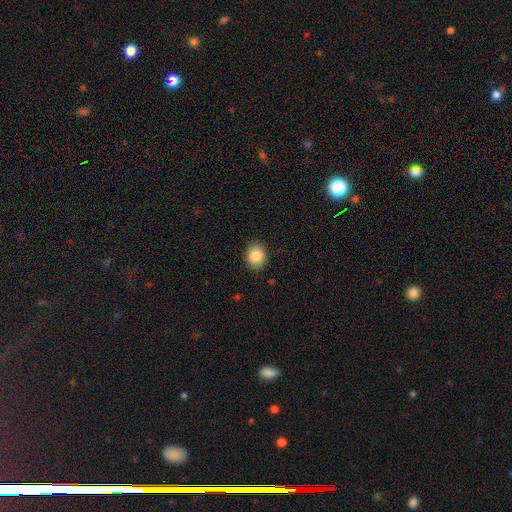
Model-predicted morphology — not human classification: Q: Smooth or featured?
A: smooth (86%); runner-up: star or artifact (9%)
Q: How rounded?
A: round (55%); runner-up: in between (44%)
Q: Merging?
A: none (87%); runner-up: minor disturbance (10%)